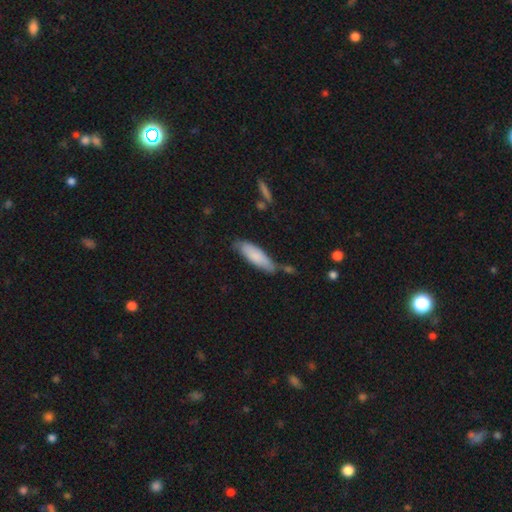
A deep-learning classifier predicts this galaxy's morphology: Smooth or featured? smooth (82%)
How rounded? cigar-shaped (52%)
Merging? none (60%)